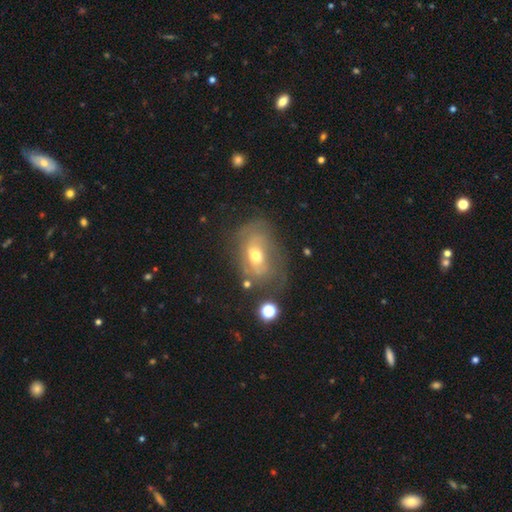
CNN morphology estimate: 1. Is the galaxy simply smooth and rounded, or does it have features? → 52% featured or disk, 37% smooth, 11% star or artifact.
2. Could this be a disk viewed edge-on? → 92% no, 8% yes.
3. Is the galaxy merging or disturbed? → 47% none, 27% minor disturbance, 22% major disturbance, 5% merger.